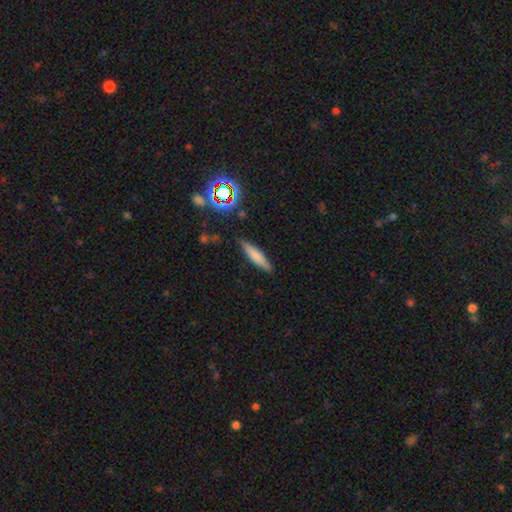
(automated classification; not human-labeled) Morphology: type=smooth (68%); roundness=cigar-shaped (82%); merging=none (85%).